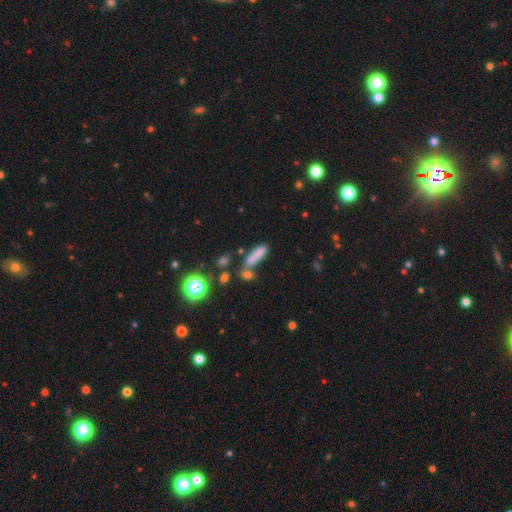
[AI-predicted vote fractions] smooth-or-featured: smooth: 73% | star or artifact: 14% | featured or disk: 12%
  how-rounded: cigar-shaped: 59% | in between: 37% | round: 5%
  merging: none: 47% | merger: 29% | minor disturbance: 16% | major disturbance: 9%